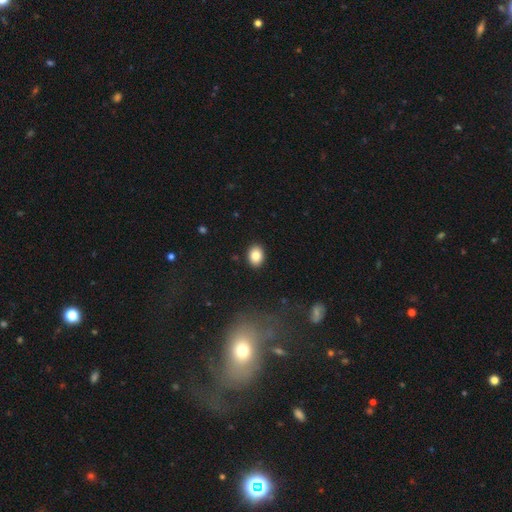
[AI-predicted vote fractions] Smooth or featured? smooth (84%)
How rounded? in between (61%)
Merging? none (90%)